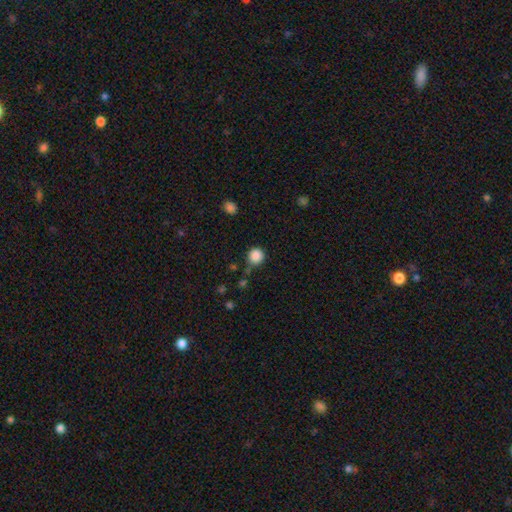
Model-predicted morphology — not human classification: Smooth or featured? Predicted: smooth (p=0.87). How rounded? Predicted: round (p=0.92). Merging? Predicted: none (p=0.74).